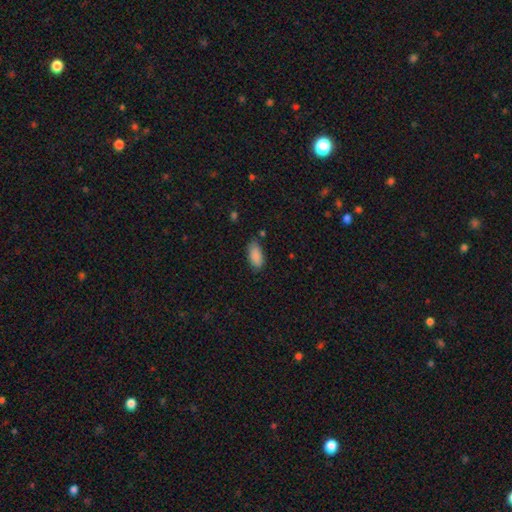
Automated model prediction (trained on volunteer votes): smooth_or_featured: smooth (p=0.89) [alt: star or artifact p=0.07]
how_rounded: in between (p=0.89) [alt: cigar-shaped p=0.09]
merging: none (p=0.81) [alt: minor disturbance p=0.15]